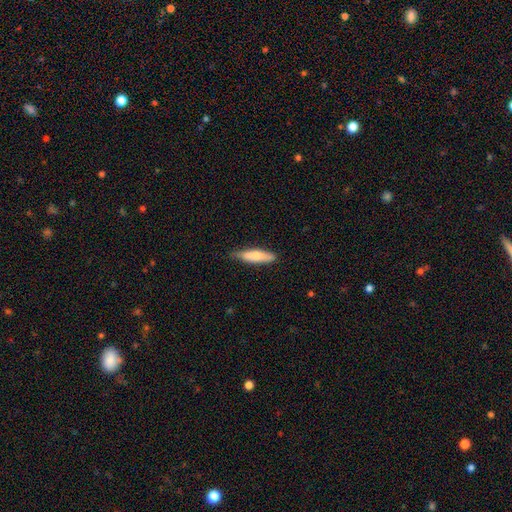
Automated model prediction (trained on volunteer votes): A smooth galaxy with no disk features (73%) that is cigar-shaped (72%).

Vote fractions:
- Smooth or featured? smooth: 73% / featured or disk: 22% / star or artifact: 5%
- How rounded? cigar-shaped: 72% / in between: 27% / round: 2%
- Merging? none: 76% / minor disturbance: 20% / major disturbance: 3% / merger: 1%